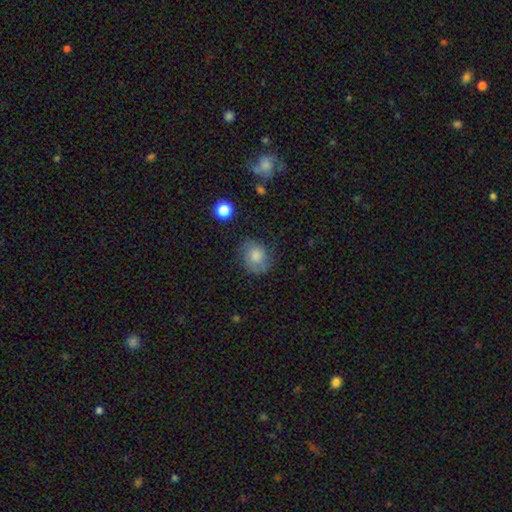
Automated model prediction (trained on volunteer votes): Morphology: type=smooth (59%); roundness=round (67%); merging=none (72%).